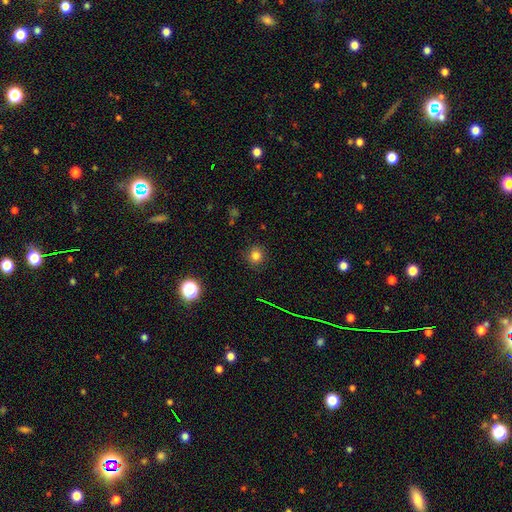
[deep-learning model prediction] Overall: smooth (79%). How rounded: round (89%). Merging: none (89%).